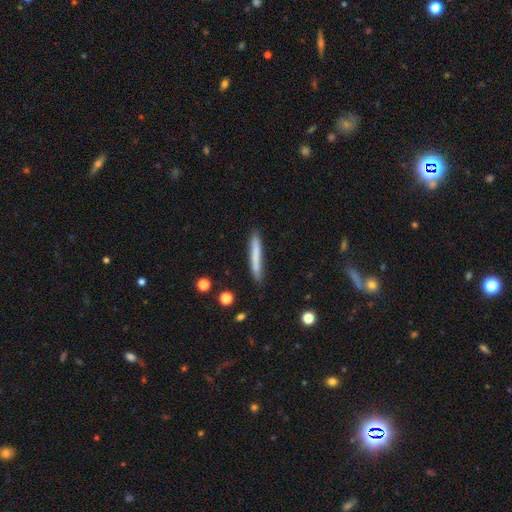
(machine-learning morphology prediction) The model was most divided on "smooth or featured": smooth: 72%, featured or disk: 22%, star or artifact: 6%. More confident: how rounded — cigar-shaped (96%); merging — none (84%).